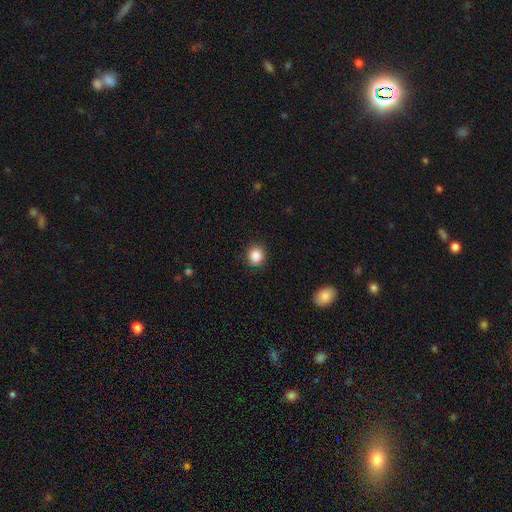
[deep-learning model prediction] This is clearly a smooth galaxy (87%). How rounded: clearly round (81%). Merging: clearly none (89%).